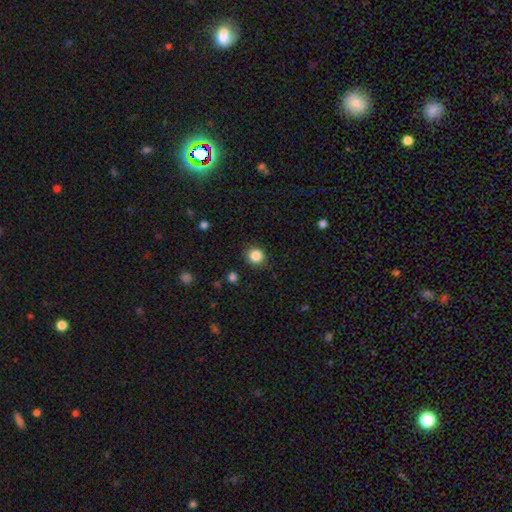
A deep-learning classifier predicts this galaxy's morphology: A smooth galaxy with no disk features (86%) that is round (89%).

Vote fractions:
- Smooth or featured? smooth: 86% / star or artifact: 10% / featured or disk: 4%
- How rounded? round: 89% / in between: 10% / cigar-shaped: 1%
- Merging? none: 89% / minor disturbance: 7% / major disturbance: 2% / merger: 1%